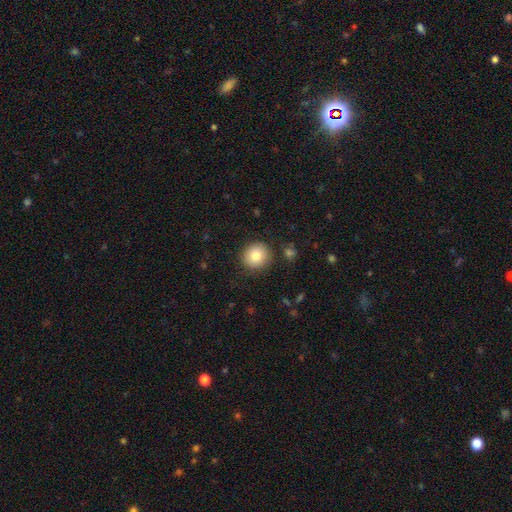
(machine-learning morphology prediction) Smooth or featured? Predicted: smooth (p=0.83). How rounded? Predicted: round (p=0.90). Merging? Predicted: none (p=0.88).